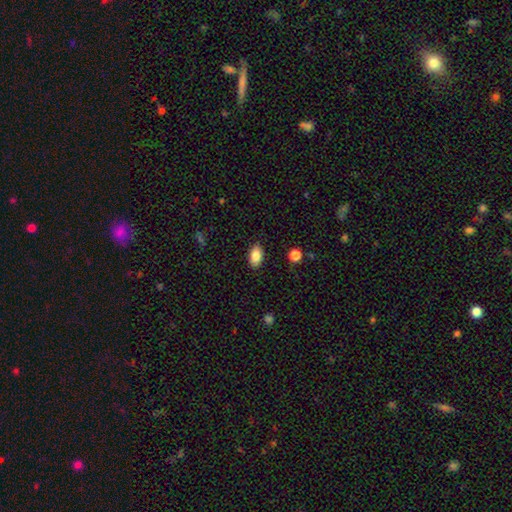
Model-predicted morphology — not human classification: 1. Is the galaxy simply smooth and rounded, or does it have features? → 85% smooth, 8% star or artifact, 7% featured or disk.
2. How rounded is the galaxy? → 92% in between, 6% round, 3% cigar-shaped.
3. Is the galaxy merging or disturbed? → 87% none, 10% minor disturbance, 2% major disturbance, 1% merger.